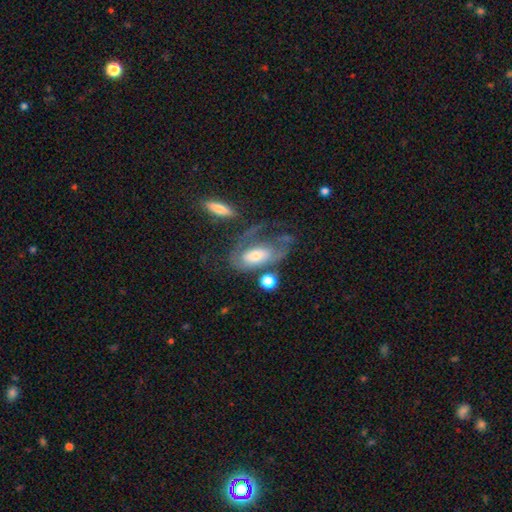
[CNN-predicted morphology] Smooth or featured?
  - featured or disk: 60% *
  - smooth: 33%
  - star or artifact: 7%
Edge-on disk?
  - no: 90% *
  - yes: 10%
Bar?
  - no: 64% *
  - weak: 27%
  - strong: 10%
Spiral arms?
  - yes: 68% *
  - no: 32%
Bulge size?
  - moderate: 46% *
  - small: 30%
  - large: 18%
  - none: 4%
  - dominant: 3%
Merging?
  - major disturbance: 38% *
  - none: 31%
  - minor disturbance: 20%
  - merger: 11%